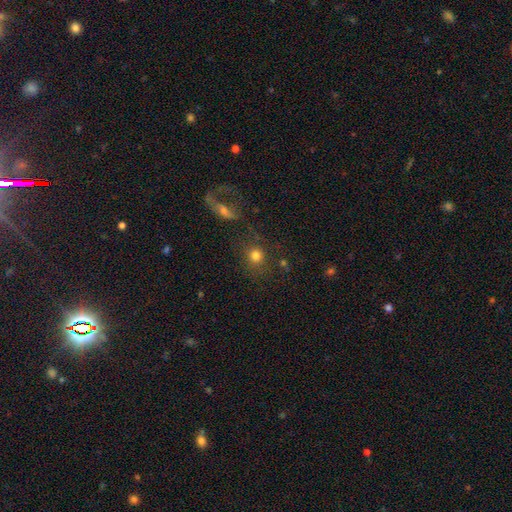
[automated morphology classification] A smooth galaxy with no disk features (76%) that is round (86%).

Vote fractions:
- Smooth or featured? smooth: 76% / star or artifact: 15% / featured or disk: 10%
- How rounded? round: 86% / in between: 12% / cigar-shaped: 2%
- Merging? none: 71% / merger: 12% / minor disturbance: 11% / major disturbance: 7%